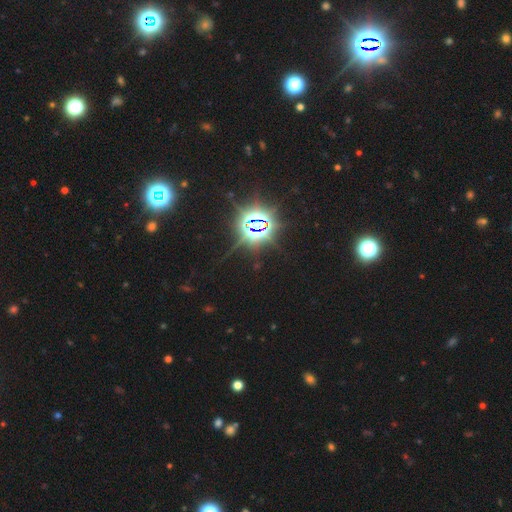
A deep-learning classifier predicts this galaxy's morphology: The model was most divided on "smooth or featured": star or artifact: 83%, smooth: 11%, featured or disk: 6%.